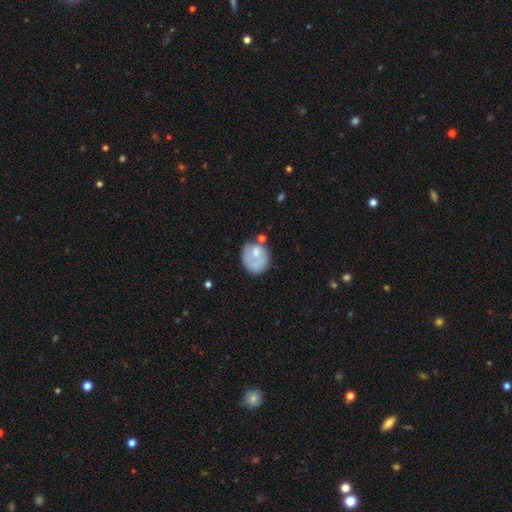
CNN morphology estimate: smooth_or_featured: smooth (p=0.58) [alt: featured or disk p=0.35]
how_rounded: round (p=0.68) [alt: in between p=0.31]
merging: none (p=0.51) [alt: minor disturbance p=0.24]